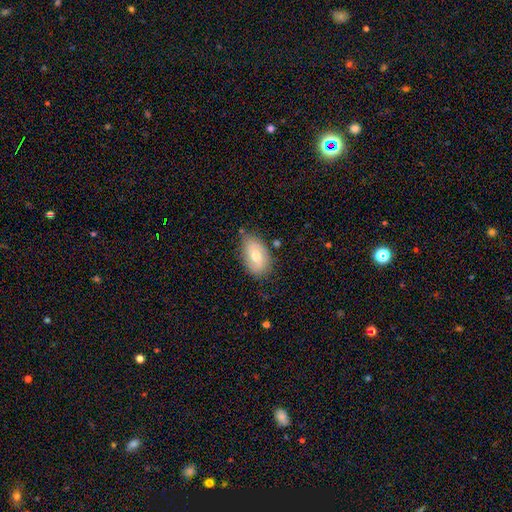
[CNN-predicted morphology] This is likely a smooth galaxy (65%). How rounded: clearly in between (91%). Merging: likely none (69%).